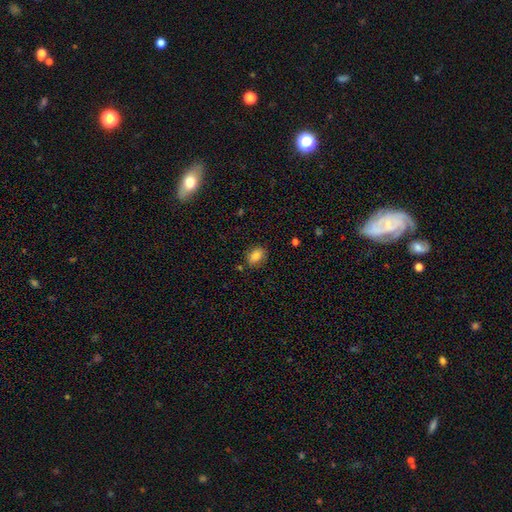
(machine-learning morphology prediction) Smooth or featured?
  - smooth: 84% *
  - star or artifact: 9%
  - featured or disk: 7%
How rounded?
  - in between: 76% *
  - round: 22%
  - cigar-shaped: 2%
Merging?
  - none: 83% *
  - minor disturbance: 12%
  - major disturbance: 3%
  - merger: 3%